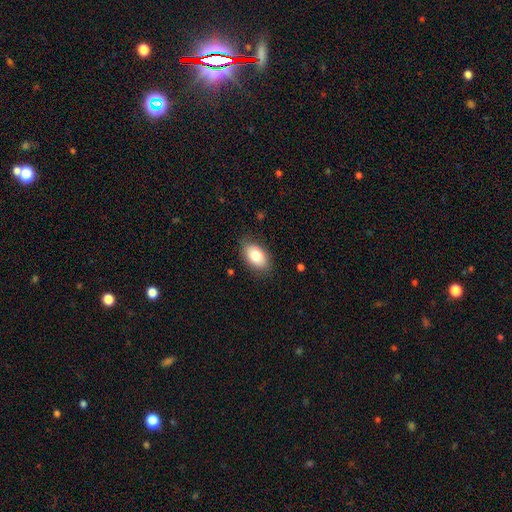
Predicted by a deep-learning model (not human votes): smooth 81%, featured or disk 12%, star or artifact 7%. Down the decision tree: how rounded — in between (91%); merging — none (82%).